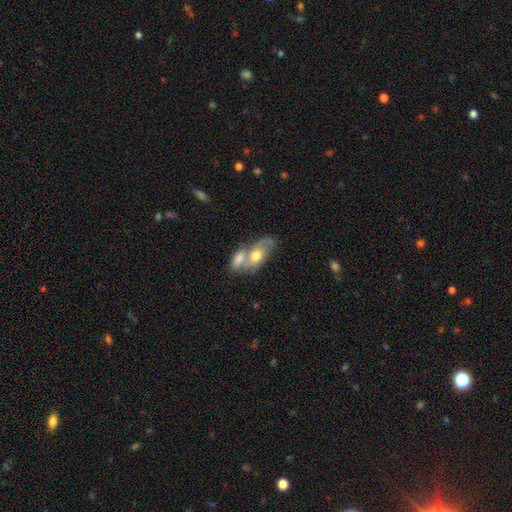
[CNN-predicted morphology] The model was most divided on "smooth or featured": smooth: 52%, featured or disk: 41%, star or artifact: 7%. More confident: how rounded — in between (85%); merging — merger (62%).